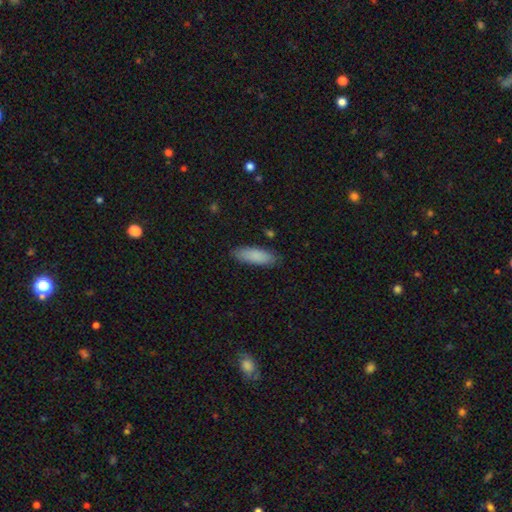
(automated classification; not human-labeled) The model was most divided on "how rounded": in between: 57%, cigar-shaped: 41%, round: 2%. More confident: smooth or featured — smooth (87%); merging — none (86%).